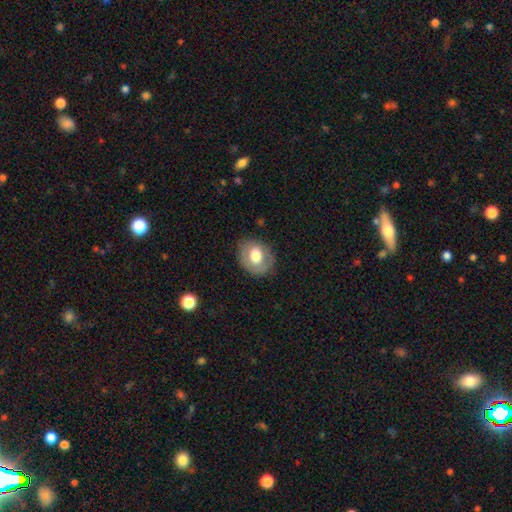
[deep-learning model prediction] Smooth or featured?
  - smooth: 64% *
  - featured or disk: 29%
  - star or artifact: 7%
How rounded?
  - round: 52% *
  - in between: 47%
  - cigar-shaped: 1%
Merging?
  - none: 79% *
  - minor disturbance: 15%
  - major disturbance: 5%
  - merger: 1%